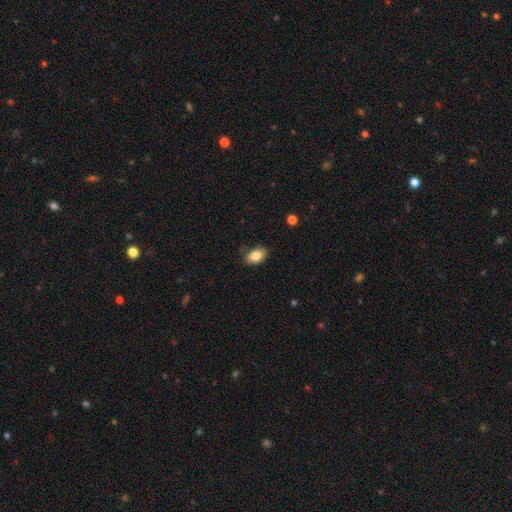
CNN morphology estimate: smooth_or_featured: smooth (p=0.83) [alt: featured or disk p=0.09]
how_rounded: in between (p=0.88) [alt: round p=0.10]
merging: none (p=0.75) [alt: minor disturbance p=0.20]